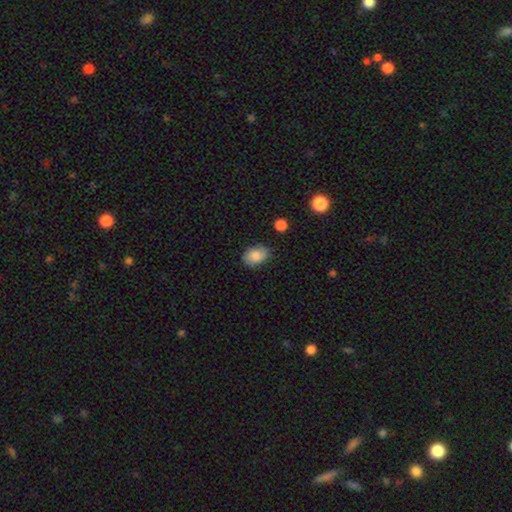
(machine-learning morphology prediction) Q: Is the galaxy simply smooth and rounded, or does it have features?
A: smooth — 83%.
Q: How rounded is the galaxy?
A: in between — 80%.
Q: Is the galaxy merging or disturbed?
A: none — 81%.